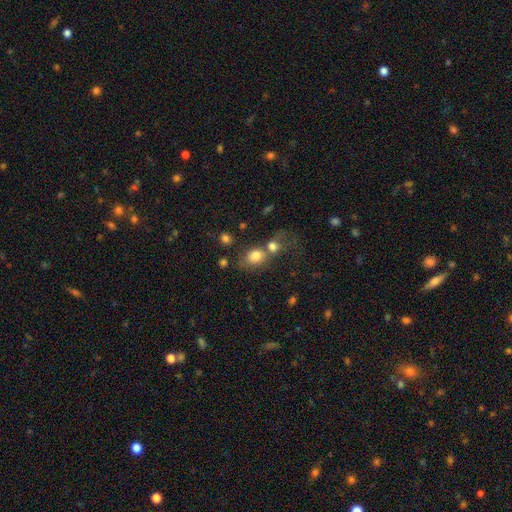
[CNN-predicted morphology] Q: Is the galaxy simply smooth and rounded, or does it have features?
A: smooth — 79%.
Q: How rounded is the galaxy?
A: in between — 58%.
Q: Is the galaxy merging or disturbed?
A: merger — 47%.